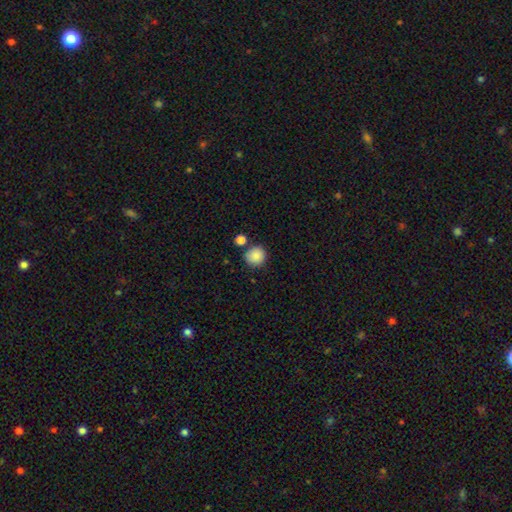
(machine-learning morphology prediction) A smooth galaxy with no disk features (87%) that is round (92%).

Vote fractions:
- Smooth or featured? smooth: 87% / star or artifact: 9% / featured or disk: 4%
- How rounded? round: 92% / in between: 7% / cigar-shaped: 1%
- Merging? none: 77% / minor disturbance: 11% / merger: 9% / major disturbance: 3%